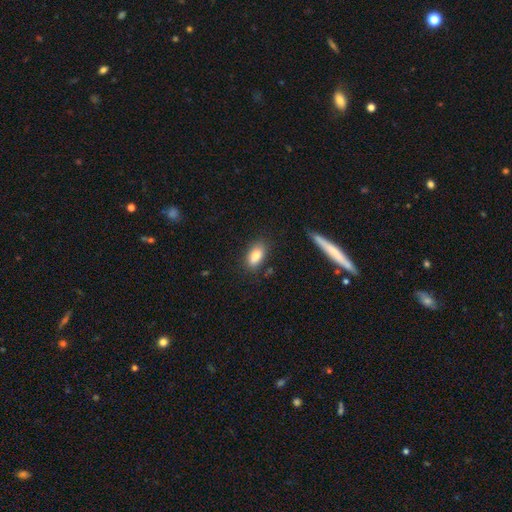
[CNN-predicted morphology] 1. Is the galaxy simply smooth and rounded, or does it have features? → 80% smooth, 12% featured or disk, 8% star or artifact.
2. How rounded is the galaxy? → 88% in between, 6% cigar-shaped, 6% round.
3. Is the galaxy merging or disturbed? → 81% none, 13% minor disturbance, 3% major disturbance, 3% merger.